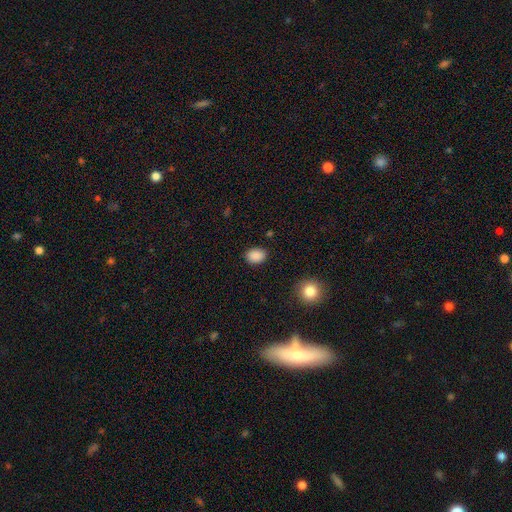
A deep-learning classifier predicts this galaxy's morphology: Smooth or featured: smooth — 89% (star or artifact — 8%)
How rounded: in between — 66% (round — 33%)
Merging: none — 87% (minor disturbance — 9%)